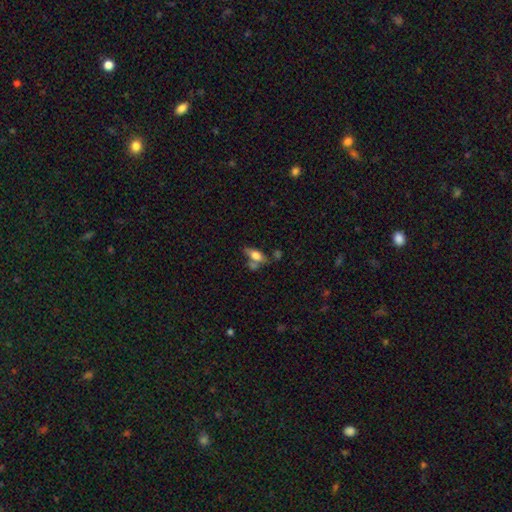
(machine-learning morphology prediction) Smooth or featured? Predicted: smooth (p=0.58). How rounded? Predicted: in between (p=0.74). Merging? Predicted: none (p=0.49).